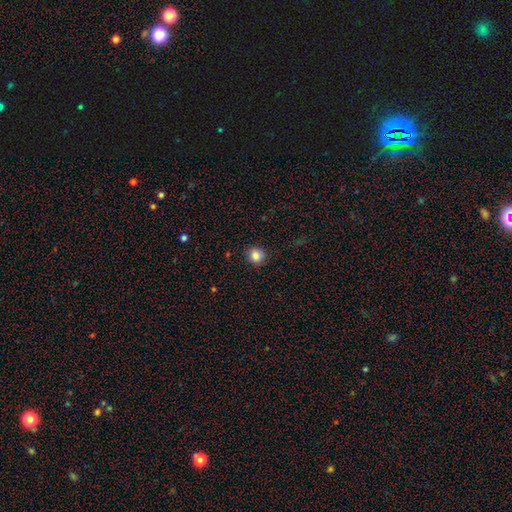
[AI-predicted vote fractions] smooth_or_featured: smooth (p=0.85) [alt: star or artifact p=0.10]
how_rounded: round (p=0.90) [alt: in between p=0.09]
merging: none (p=0.91) [alt: minor disturbance p=0.06]